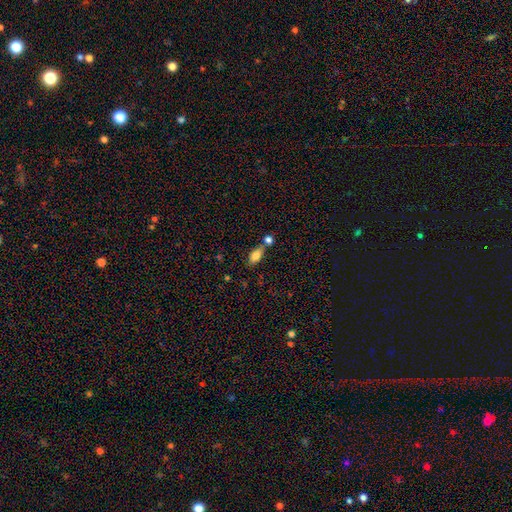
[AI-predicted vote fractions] Smooth or featured?
  - smooth: 80% *
  - featured or disk: 12%
  - star or artifact: 8%
How rounded?
  - in between: 85% *
  - cigar-shaped: 10%
  - round: 5%
Merging?
  - none: 55% *
  - merger: 28%
  - minor disturbance: 13%
  - major disturbance: 4%